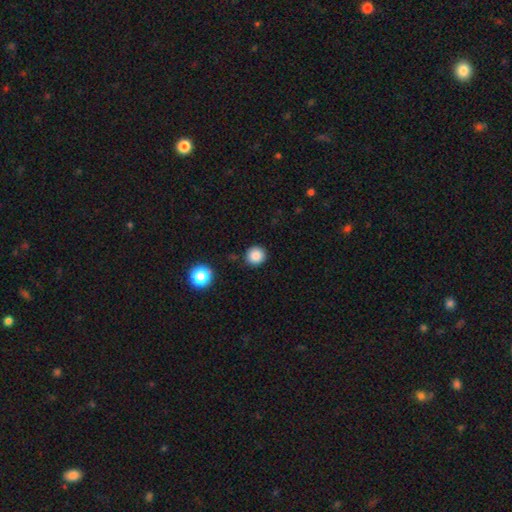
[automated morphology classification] type=smooth (85%); roundness=round (94%); merging=none (89%).